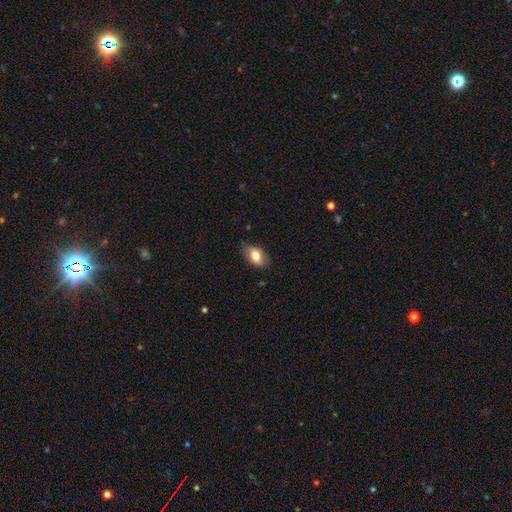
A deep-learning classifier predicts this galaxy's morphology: smooth_or_featured: smooth (p=0.78) [alt: featured or disk p=0.15]
how_rounded: in between (p=0.89) [alt: round p=0.08]
merging: none (p=0.78) [alt: minor disturbance p=0.17]